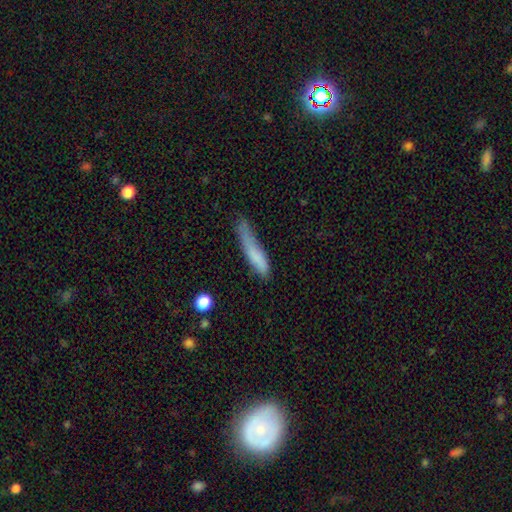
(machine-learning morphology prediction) This appears to be a smooth galaxy with no disk features (76%) that is cigar-shaped (85%). Merging: none (43%).